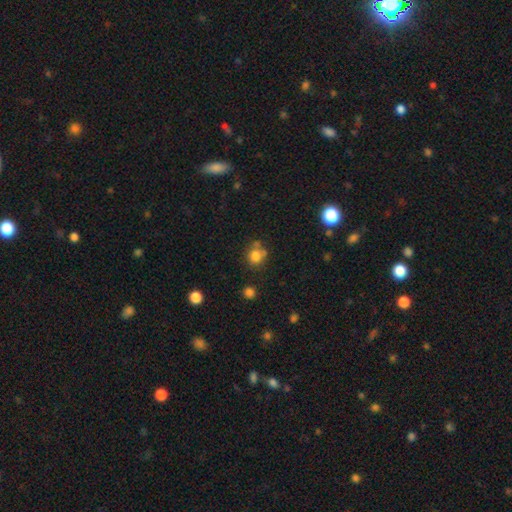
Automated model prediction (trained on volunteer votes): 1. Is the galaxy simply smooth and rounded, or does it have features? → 78% smooth, 13% star or artifact, 9% featured or disk.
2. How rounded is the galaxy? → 83% round, 16% in between, 1% cigar-shaped.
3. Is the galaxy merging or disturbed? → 63% none, 18% merger, 15% minor disturbance, 5% major disturbance.